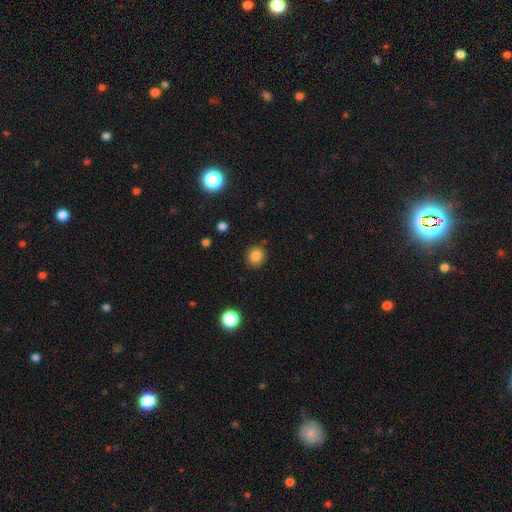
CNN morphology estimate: A smooth galaxy with no disk features (84%) that is round (89%).

Vote fractions:
- Smooth or featured? smooth: 84% / star or artifact: 11% / featured or disk: 5%
- How rounded? round: 89% / in between: 10% / cigar-shaped: 1%
- Merging? none: 89% / minor disturbance: 7% / major disturbance: 2% / merger: 2%